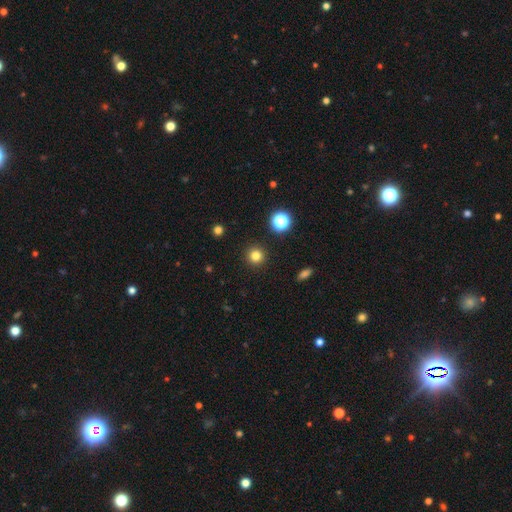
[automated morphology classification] A smooth galaxy with no disk features (80%) that is round (95%). Merging: none (92%).